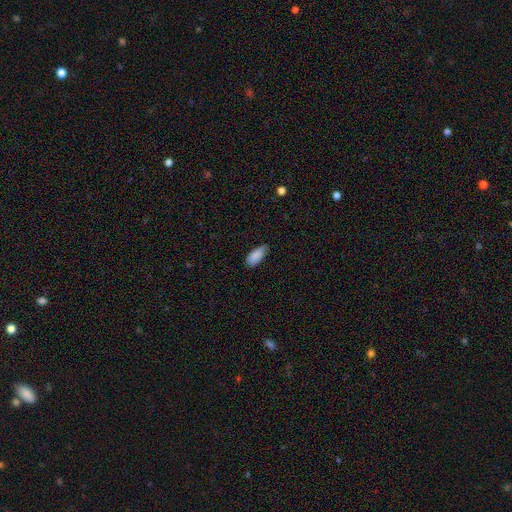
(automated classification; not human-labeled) smooth 88%, star or artifact 7%, featured or disk 5%. Down the decision tree: how rounded — in between (85%); merging — none (68%).